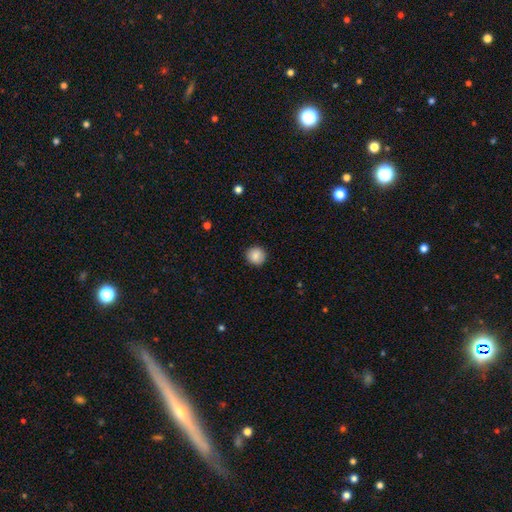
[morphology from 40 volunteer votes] Smooth or featured? 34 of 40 (85%) said smooth. How rounded? 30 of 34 (88%) said round. Merging? 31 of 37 (84%) said none.